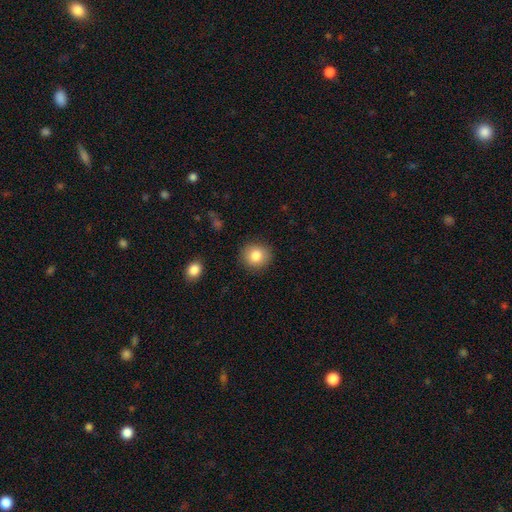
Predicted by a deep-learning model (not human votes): This appears to be a smooth galaxy with no disk features (82%) that is round (88%). Merging: none (90%).